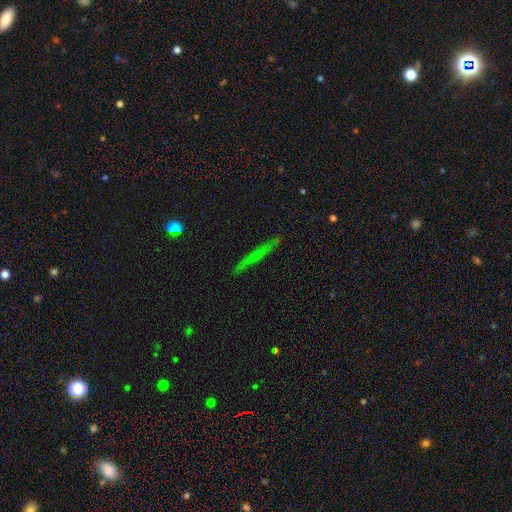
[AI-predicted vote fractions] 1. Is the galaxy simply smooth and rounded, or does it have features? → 45% smooth (tied), 45% featured or disk (tied), 10% star or artifact.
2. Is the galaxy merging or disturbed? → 87% none, 9% minor disturbance, 2% major disturbance, 2% merger.